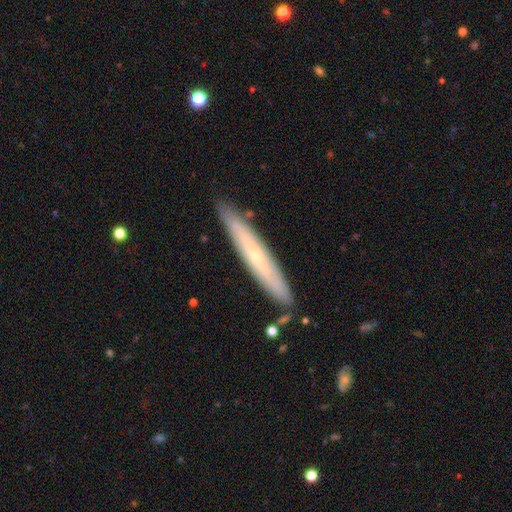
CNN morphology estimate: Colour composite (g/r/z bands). It shows a featured or disk galaxy (57%) viewed edge-on (82%). Merging: none (88%).